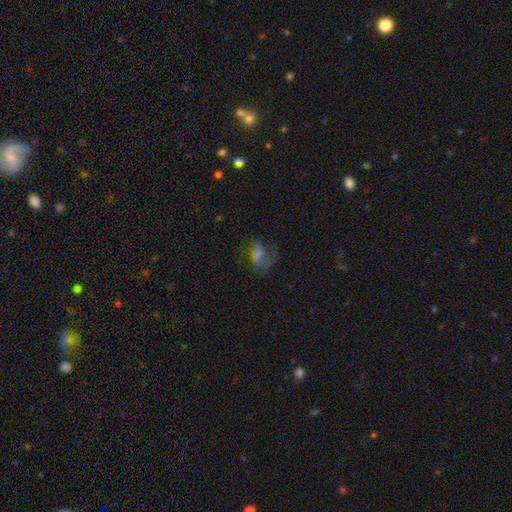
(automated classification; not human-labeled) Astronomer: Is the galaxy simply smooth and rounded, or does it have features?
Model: featured or disk — 47% (runner-up: smooth, 27%).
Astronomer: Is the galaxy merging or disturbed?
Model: none — 55%.